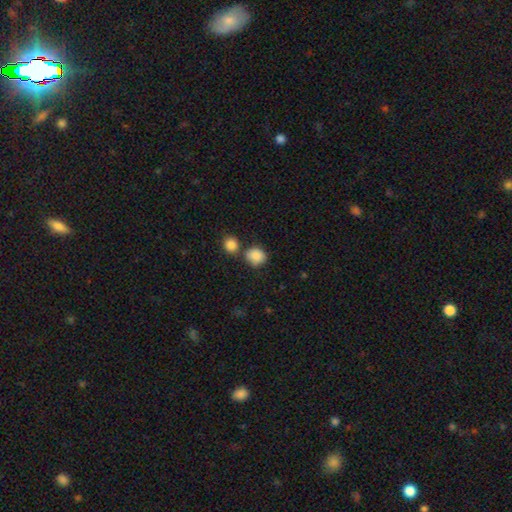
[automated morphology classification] smooth_or_featured: smooth (p=0.88) [alt: star or artifact p=0.09]
how_rounded: round (p=0.81) [alt: in between p=0.18]
merging: none (p=0.62) [alt: merger p=0.22]